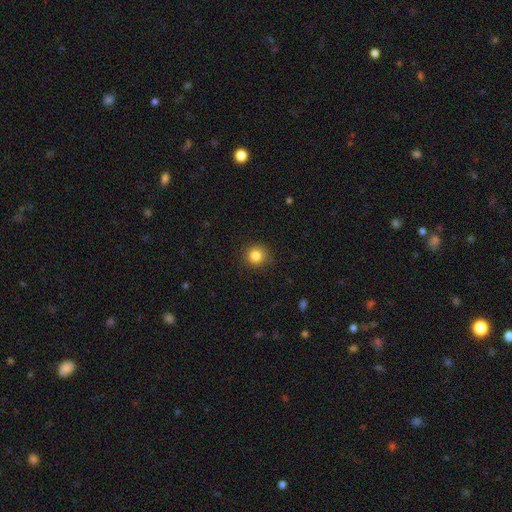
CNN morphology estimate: smooth_or_featured: smooth (p=0.84) [alt: star or artifact p=0.11]
how_rounded: round (p=0.91) [alt: in between p=0.08]
merging: none (p=0.89) [alt: minor disturbance p=0.07]